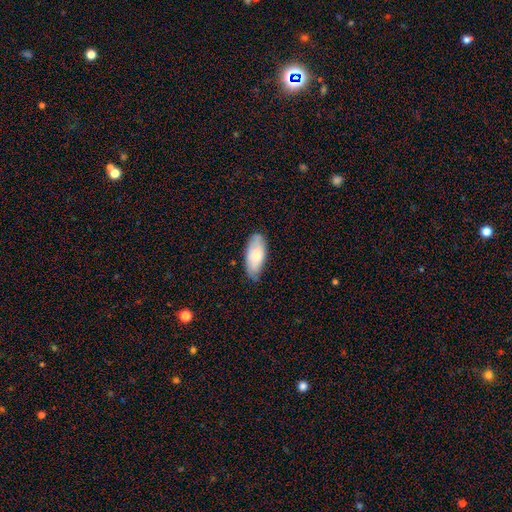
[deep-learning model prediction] A smooth galaxy with no disk features (72%) that is in between round and cigar-shaped (88%). Merging: none (72%).